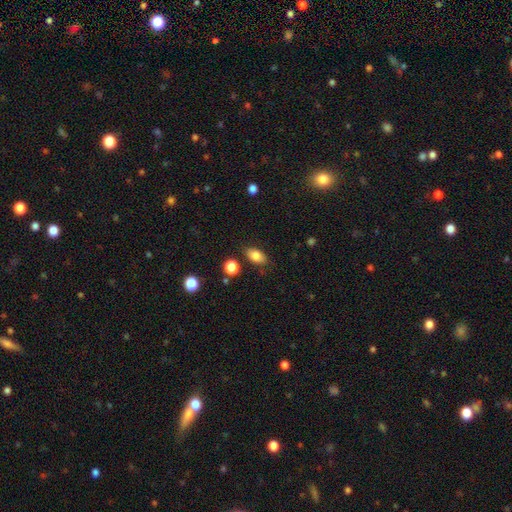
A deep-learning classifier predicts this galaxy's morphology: smooth-or-featured: smooth: 82% | star or artifact: 9% | featured or disk: 9%
  how-rounded: in between: 87% | round: 10% | cigar-shaped: 2%
  merging: none: 81% | minor disturbance: 13% | merger: 3% | major disturbance: 3%